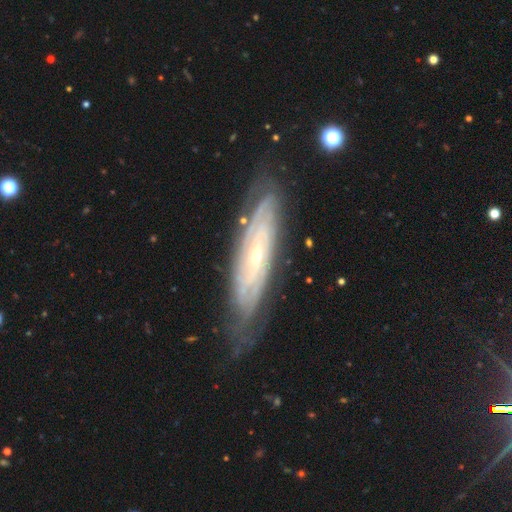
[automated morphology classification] This appears to be a featured or disk galaxy (83%) with no bar (63%), tight (77%) spiral arms (93%) and a small central bulge (73%). Merging: none (73%).